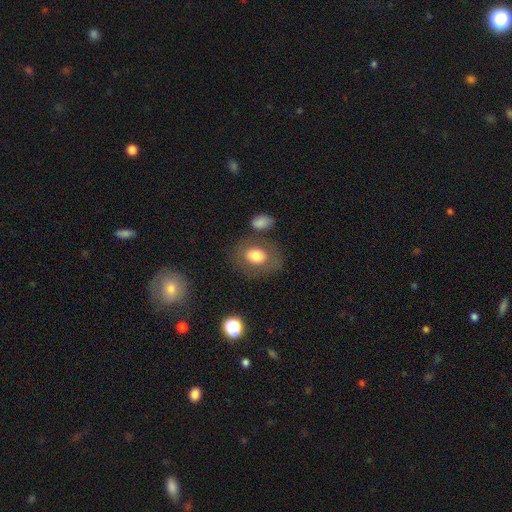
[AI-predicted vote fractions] A smooth galaxy with no disk features (72%) that is in between round and cigar-shaped (67%).

Vote fractions:
- Smooth or featured? smooth: 72% / featured or disk: 19% / star or artifact: 9%
- How rounded? in between: 67% / round: 32% / cigar-shaped: 1%
- Merging? none: 71% / minor disturbance: 14% / major disturbance: 8% / merger: 6%